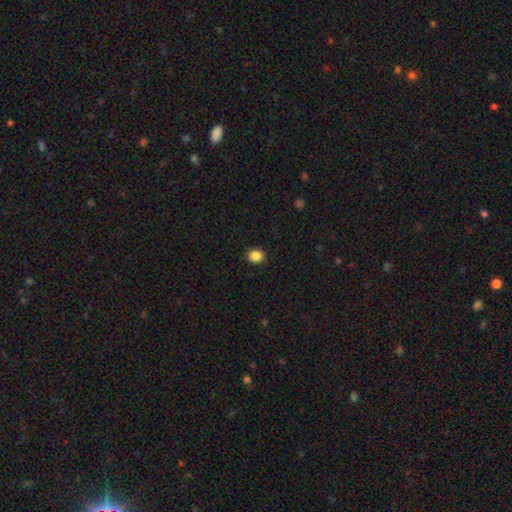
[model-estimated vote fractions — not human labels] The model was most divided on "how rounded": round: 77%, in between: 22%, cigar-shaped: 1%. More confident: merging — none (91%); smooth or featured — smooth (86%).